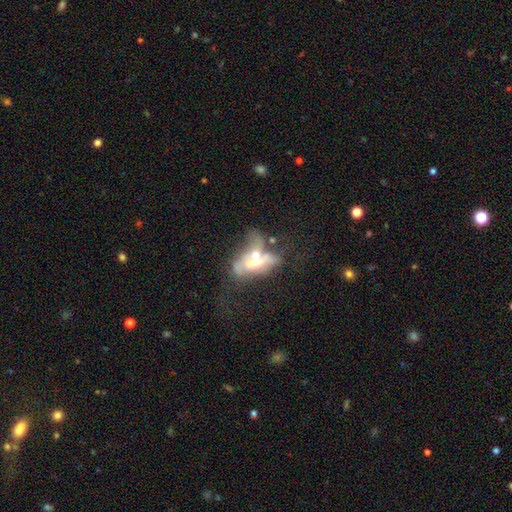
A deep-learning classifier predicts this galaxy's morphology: featured or disk 55%, smooth 35%, star or artifact 10%. Down the decision tree: edge-on disk — no (84%); merging — merger (51%).